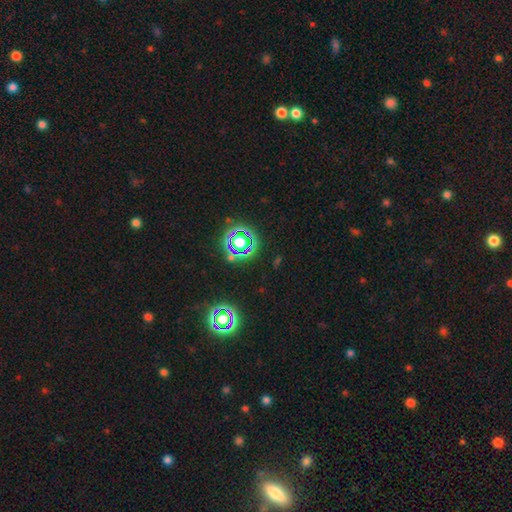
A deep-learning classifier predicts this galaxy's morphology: smooth-or-featured: star or artifact: 69% | smooth: 22% | featured or disk: 9%